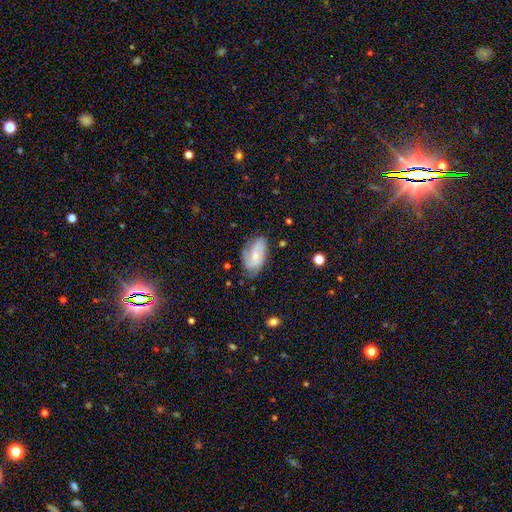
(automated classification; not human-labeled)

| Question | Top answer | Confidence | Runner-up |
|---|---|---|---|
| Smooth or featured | featured or disk | 68% | smooth (26%) |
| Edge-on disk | no | 96% | yes (4%) |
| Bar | no | 57% | weak (34%) |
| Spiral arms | yes | 92% | no (8%) |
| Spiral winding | tight | 42% | medium (41%) |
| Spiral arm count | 2 | 50% | can't tell (22%) |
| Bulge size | small | 52% | moderate (32%) |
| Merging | none | 66% | minor disturbance (23%) |